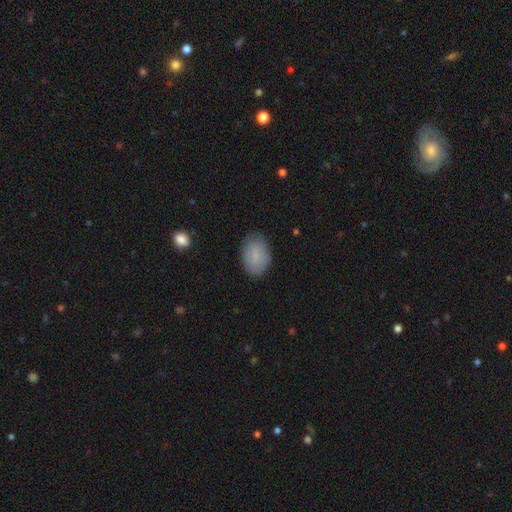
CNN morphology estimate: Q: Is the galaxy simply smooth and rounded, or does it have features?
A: smooth — 80%.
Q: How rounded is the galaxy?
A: in between — 86%.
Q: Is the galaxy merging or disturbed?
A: none — 81%.